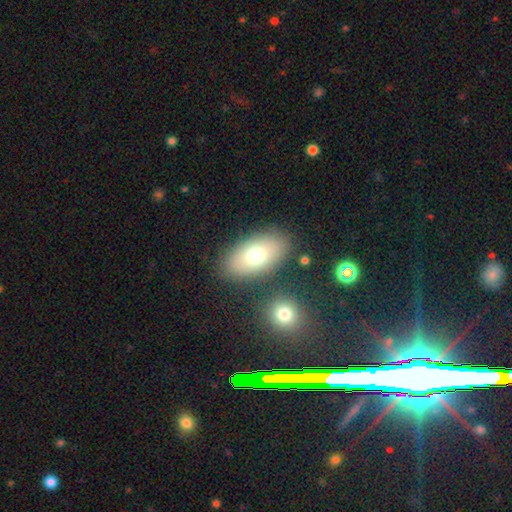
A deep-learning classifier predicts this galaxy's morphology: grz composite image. It shows a smooth galaxy with no disk features (73%) that is in between round and cigar-shaped (91%). Merging: none (80%).